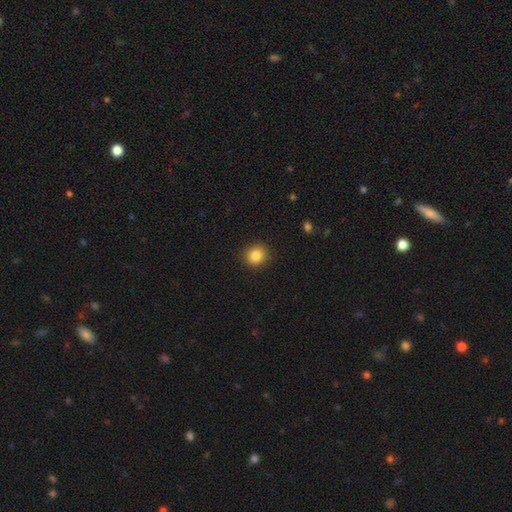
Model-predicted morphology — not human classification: Smooth or featured?
  - smooth: 85% *
  - star or artifact: 10%
  - featured or disk: 5%
How rounded?
  - round: 86% *
  - in between: 13%
  - cigar-shaped: 1%
Merging?
  - none: 91% *
  - minor disturbance: 6%
  - major disturbance: 2%
  - merger: 1%